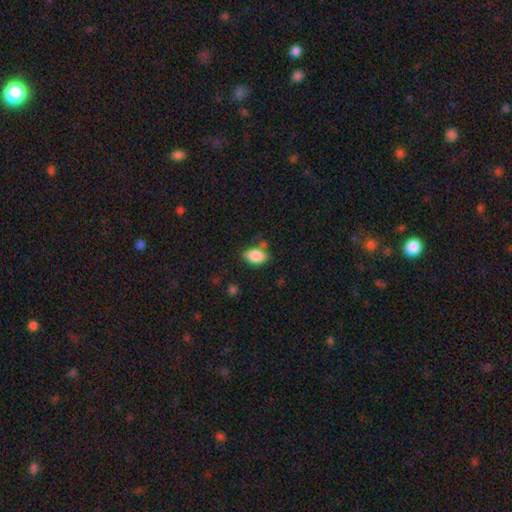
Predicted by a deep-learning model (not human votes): Overall: smooth (86%). How rounded: in between (88%). Merging: none (71%).